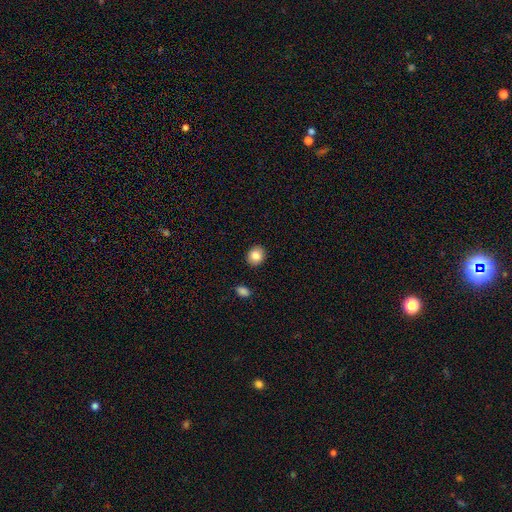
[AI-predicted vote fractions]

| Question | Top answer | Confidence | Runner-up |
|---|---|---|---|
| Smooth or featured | smooth | 84% | star or artifact (9%) |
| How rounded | round | 71% | in between (28%) |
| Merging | none | 91% | minor disturbance (6%) |